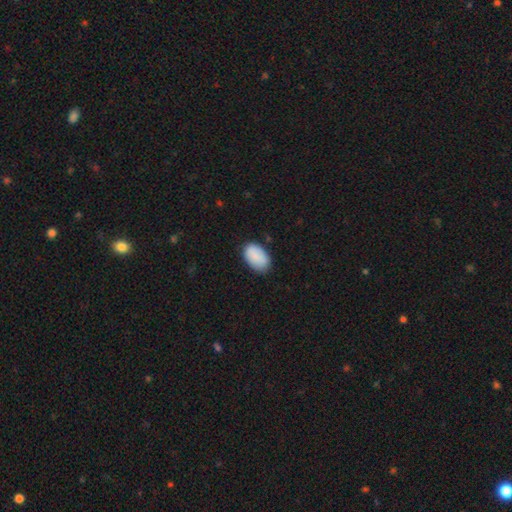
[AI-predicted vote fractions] The model was most divided on "merging": none: 80%, minor disturbance: 16%, major disturbance: 3%, merger: 1%. More confident: how rounded — in between (92%); smooth or featured — smooth (87%).